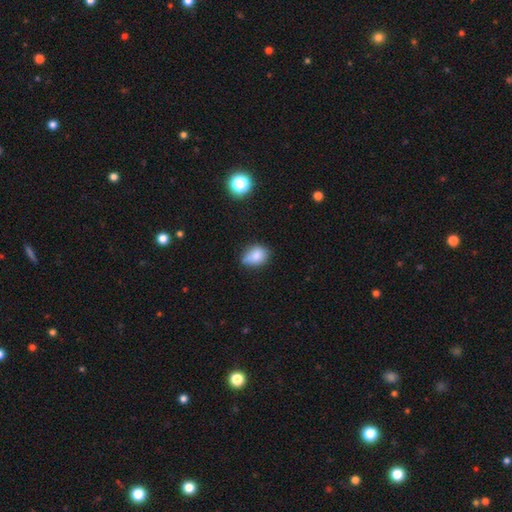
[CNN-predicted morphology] Q: Smooth or featured?
A: smooth (80%); runner-up: star or artifact (10%)
Q: How rounded?
A: in between (67%); runner-up: round (31%)
Q: Merging?
A: none (50%); runner-up: minor disturbance (38%)